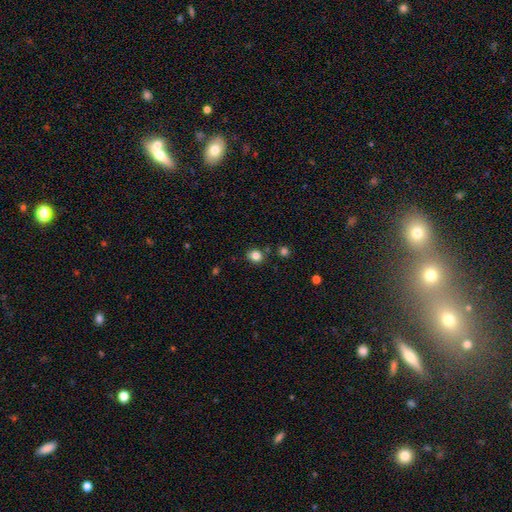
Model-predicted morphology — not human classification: Smooth or featured?
  - smooth: 83% *
  - star or artifact: 12%
  - featured or disk: 5%
How rounded?
  - round: 73% *
  - in between: 27%
  - cigar-shaped: 1%
Merging?
  - none: 79% *
  - minor disturbance: 12%
  - merger: 6%
  - major disturbance: 3%